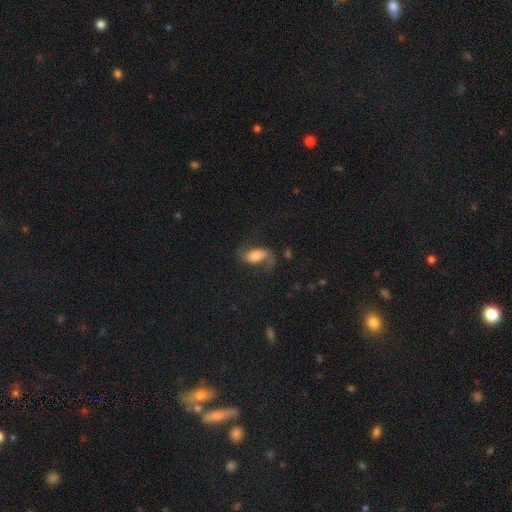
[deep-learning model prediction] smooth-or-featured: featured or disk: 52% | smooth: 39% | star or artifact: 9%
  disk-edge-on: no: 94% | yes: 6%
  merging: none: 51% | major disturbance: 26% | minor disturbance: 20% | merger: 3%